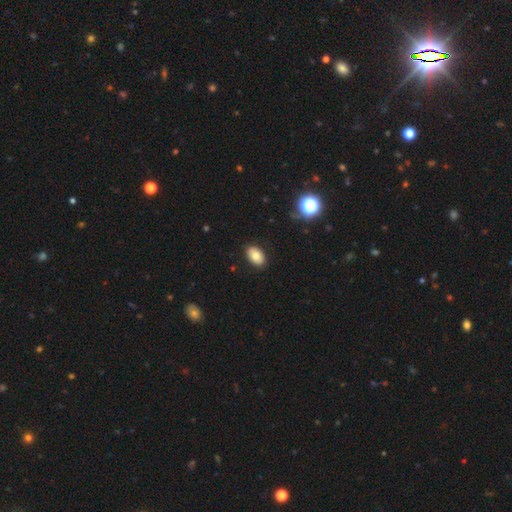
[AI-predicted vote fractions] Smooth or featured? Predicted: smooth (p=0.77). How rounded? Predicted: in between (p=0.89). Merging? Predicted: none (p=0.88).